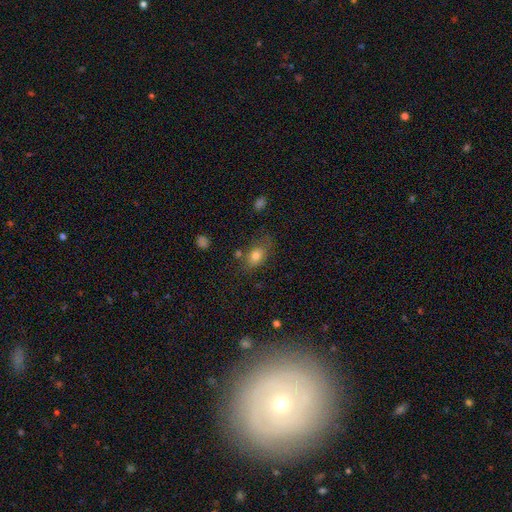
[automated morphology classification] This is likely a smooth galaxy (79%). How rounded: likely in between (76%). Merging: likely none (62%).